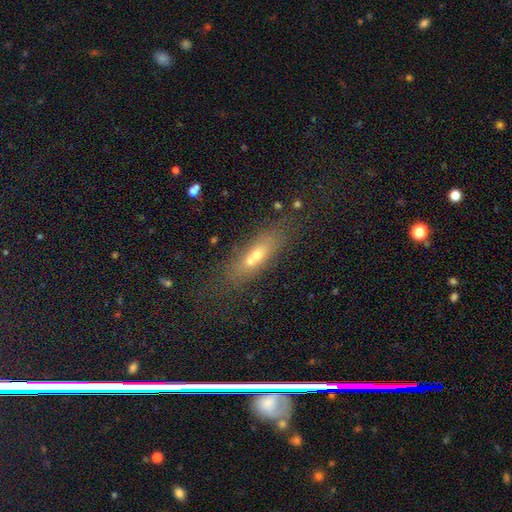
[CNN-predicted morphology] Q: Smooth or featured?
A: smooth (53%); runner-up: featured or disk (32%)
Q: How rounded?
A: in between (50%); runner-up: cigar-shaped (42%)
Q: Merging?
A: none (47%); runner-up: merger (33%)